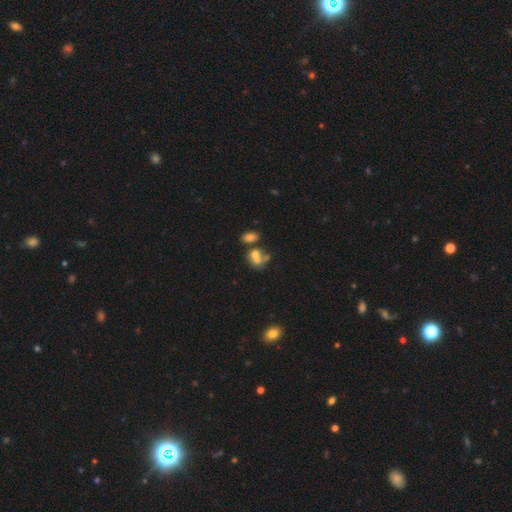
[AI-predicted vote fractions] Overall: smooth (63%; featured or disk 23%). How rounded: in between (64%; round 34%). Merging: merger (49%; none 29%).